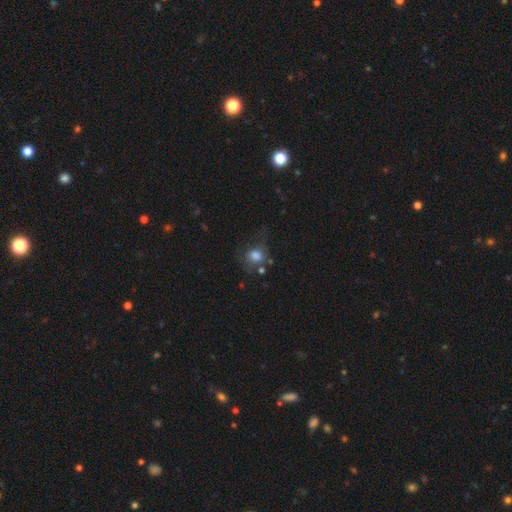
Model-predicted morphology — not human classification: Overall: smooth (75%). How rounded: round (73%). Merging: none (49%; minor disturbance 23%).